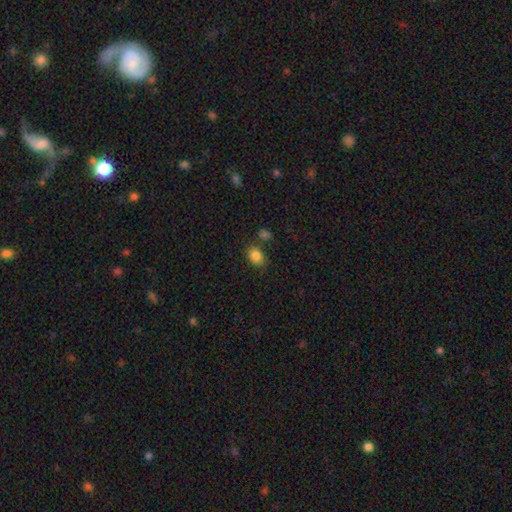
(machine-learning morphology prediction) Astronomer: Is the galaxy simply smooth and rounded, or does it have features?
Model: smooth — 84%.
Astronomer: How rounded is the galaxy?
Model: in between — 72%.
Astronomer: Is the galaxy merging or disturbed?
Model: none — 70%.